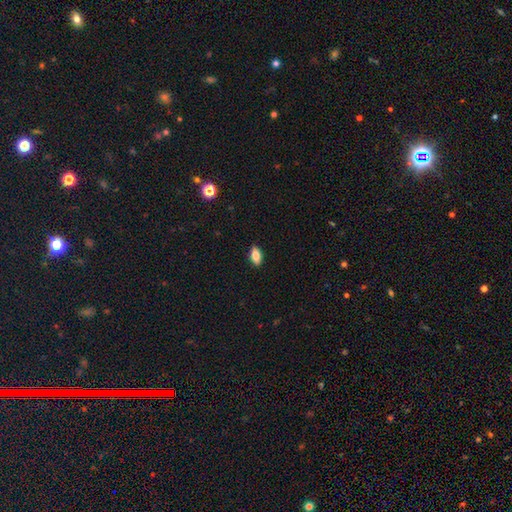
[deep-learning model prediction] This appears to be a smooth galaxy with no disk features (76%) that is in between round and cigar-shaped (87%). Merging: none (89%).